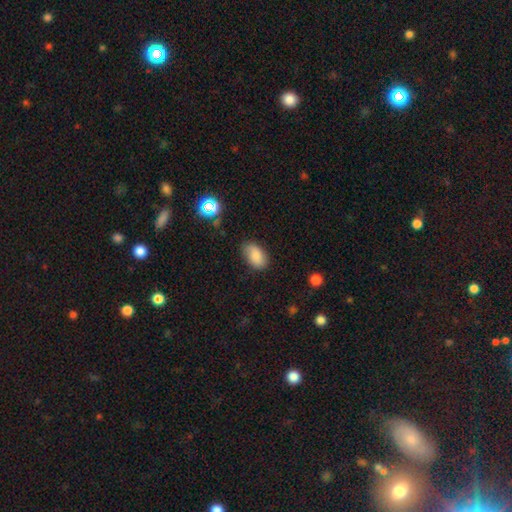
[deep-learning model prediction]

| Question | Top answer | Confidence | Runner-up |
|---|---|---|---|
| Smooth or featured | smooth | 84% | star or artifact (9%) |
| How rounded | in between | 92% | round (6%) |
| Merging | none | 77% | minor disturbance (18%) |